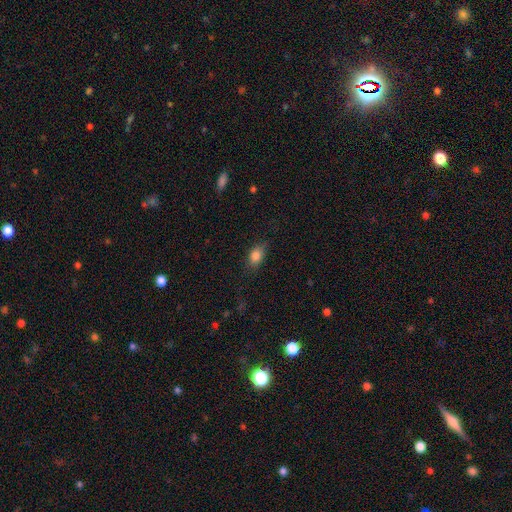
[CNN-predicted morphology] A smooth galaxy with no disk features (83%) that is in between round and cigar-shaped (79%). Merging: none (75%).